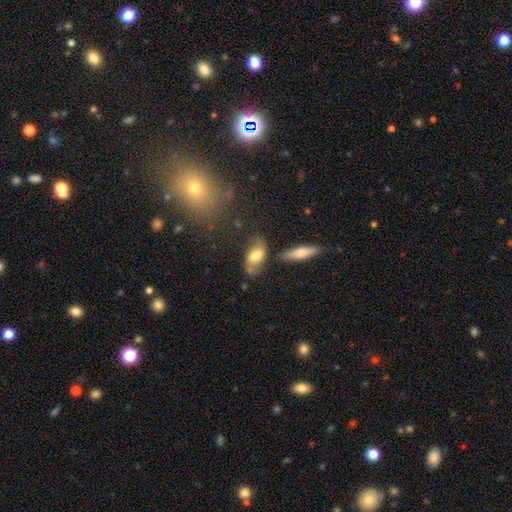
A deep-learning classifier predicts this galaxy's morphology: Smooth or featured? Predicted: smooth (p=0.64). How rounded? Predicted: in between (p=0.85). Merging? Predicted: none (p=0.62).